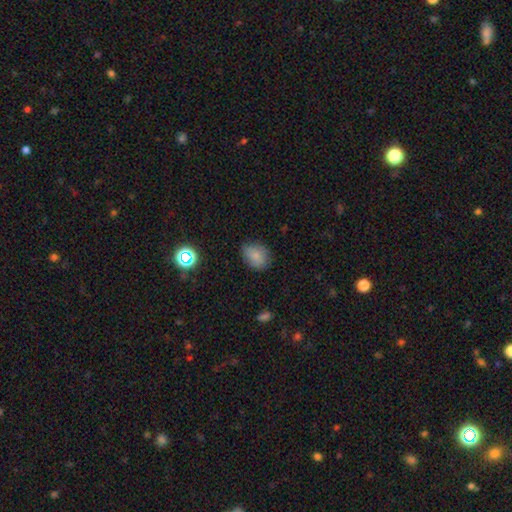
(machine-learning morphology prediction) The model was most divided on "how rounded": in between: 56%, round: 43%, cigar-shaped: 1%. More confident: smooth or featured — smooth (82%); merging — none (76%).